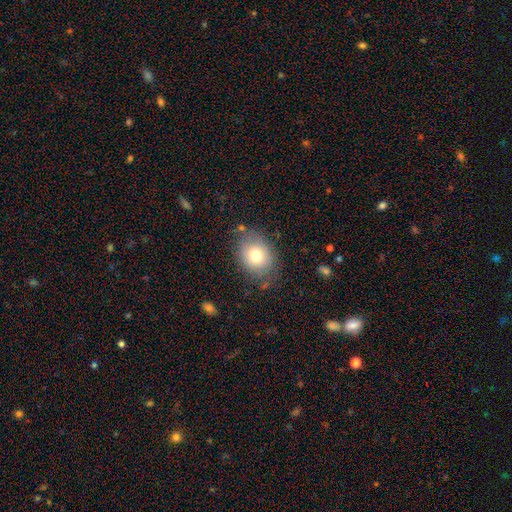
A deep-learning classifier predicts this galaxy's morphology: smooth-or-featured: smooth: 74% | featured or disk: 15% | star or artifact: 10%
  how-rounded: in between: 55% | round: 45% | cigar-shaped: 1%
  merging: none: 73% | minor disturbance: 18% | major disturbance: 6% | merger: 3%